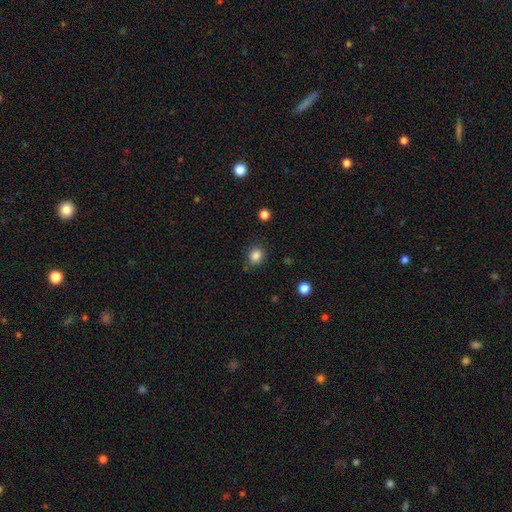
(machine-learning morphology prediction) smooth_or_featured: smooth (p=0.85) [alt: star or artifact p=0.11]
how_rounded: round (p=0.72) [alt: in between p=0.27]
merging: none (p=0.82) [alt: minor disturbance p=0.12]